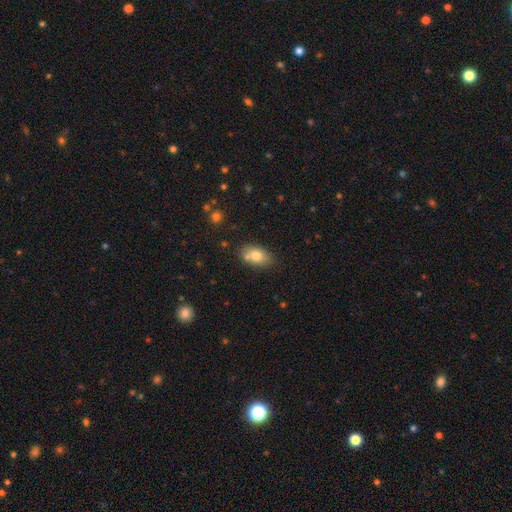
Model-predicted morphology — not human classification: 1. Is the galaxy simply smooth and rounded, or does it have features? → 76% smooth, 15% featured or disk, 9% star or artifact.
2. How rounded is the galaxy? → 85% in between, 13% round, 2% cigar-shaped.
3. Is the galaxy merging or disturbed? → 66% none, 15% minor disturbance, 15% merger, 4% major disturbance.